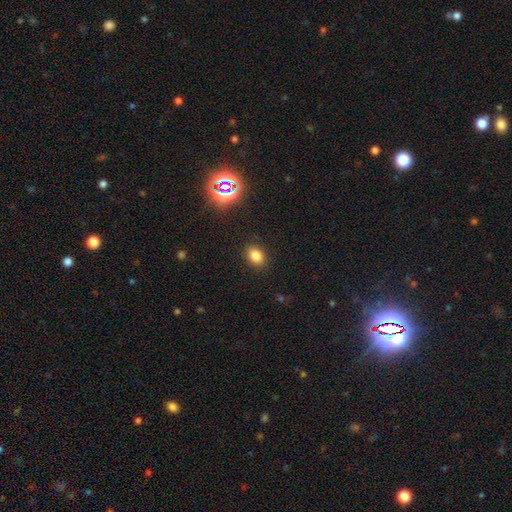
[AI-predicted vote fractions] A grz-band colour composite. It shows a smooth galaxy with no disk features (80%) that is in between round and cigar-shaped (66%). Merging: none (88%).